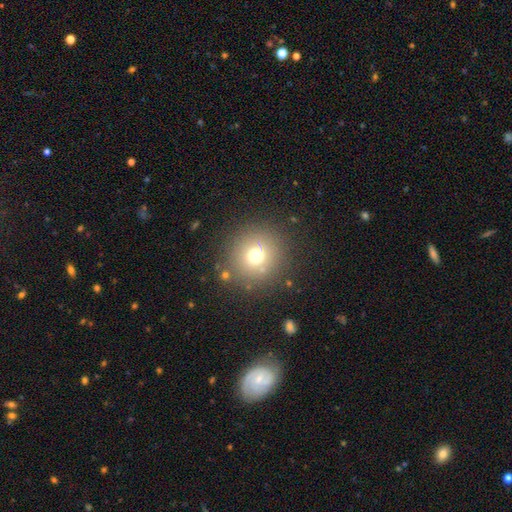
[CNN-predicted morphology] Smooth or featured? Predicted: smooth (p=0.70). How rounded? Predicted: round (p=0.92). Merging? Predicted: none (p=0.85).